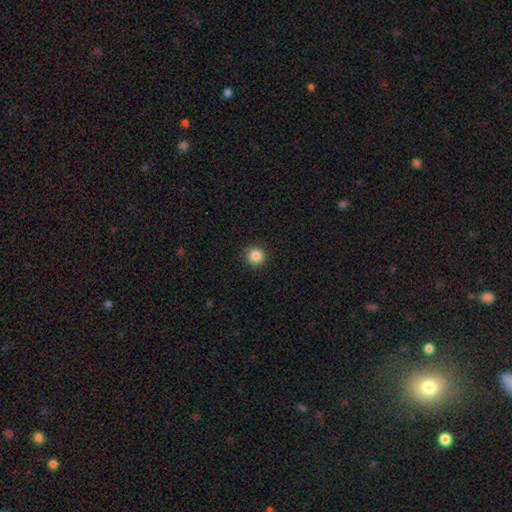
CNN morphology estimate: The model was most divided on "smooth or featured": smooth: 86%, star or artifact: 11%, featured or disk: 4%. More confident: how rounded — round (94%); merging — none (90%).